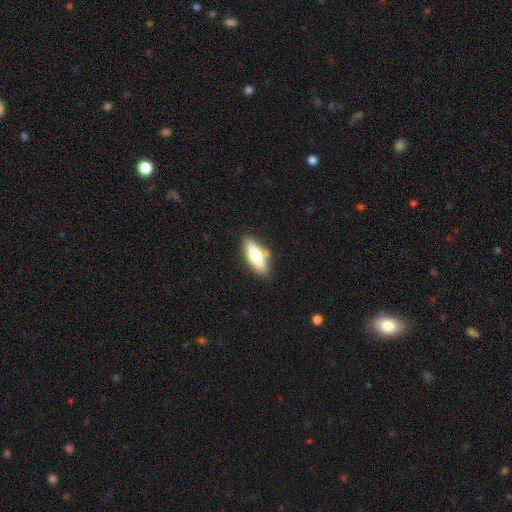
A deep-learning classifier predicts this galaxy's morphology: smooth-or-featured: smooth: 58% | featured or disk: 35% | star or artifact: 6%
  how-rounded: in between: 58% | cigar-shaped: 39% | round: 3%
  merging: none: 81% | minor disturbance: 12% | merger: 4% | major disturbance: 3%